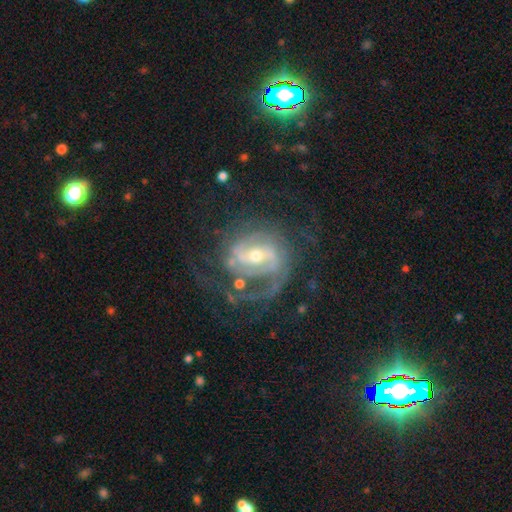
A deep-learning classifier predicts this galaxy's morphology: Smooth or featured: featured or disk — 89% (star or artifact — 6%)
Edge-on disk: no — 97% (yes — 3%)
Bar: weak — 45% (strong — 31%)
Spiral arms: yes — 96% (no — 4%)
Spiral winding: medium — 43% (tight — 40%)
Spiral arm count: 2 — 50% (can't tell — 17%)
Bulge size: small — 50% (moderate — 45%)
Merging: none — 58% (major disturbance — 22%)